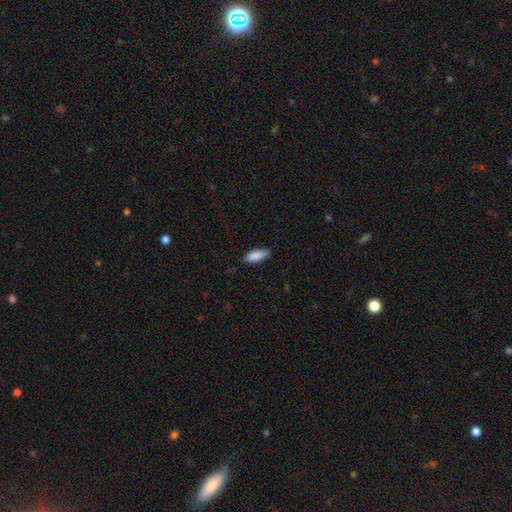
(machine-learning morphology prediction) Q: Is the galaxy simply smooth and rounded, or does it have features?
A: smooth — 89%.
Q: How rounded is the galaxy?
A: in between — 80%.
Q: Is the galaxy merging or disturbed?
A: none — 84%.